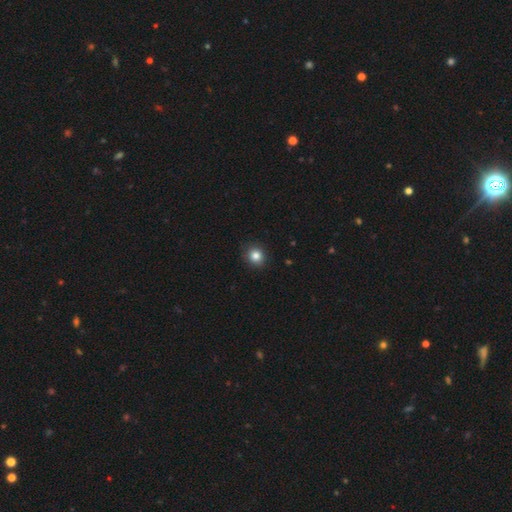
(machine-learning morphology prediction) This appears to be a smooth galaxy with no disk features (84%) that is round (85%). Merging: none (91%).